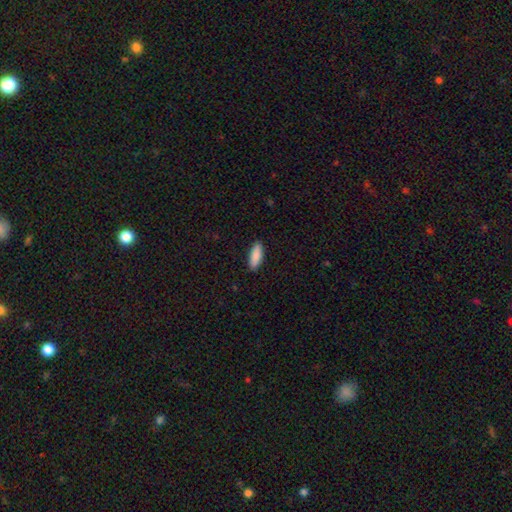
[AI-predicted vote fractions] Smooth or featured: smooth — 90% (star or artifact — 6%)
How rounded: in between — 67% (cigar-shaped — 31%)
Merging: none — 90% (minor disturbance — 8%)